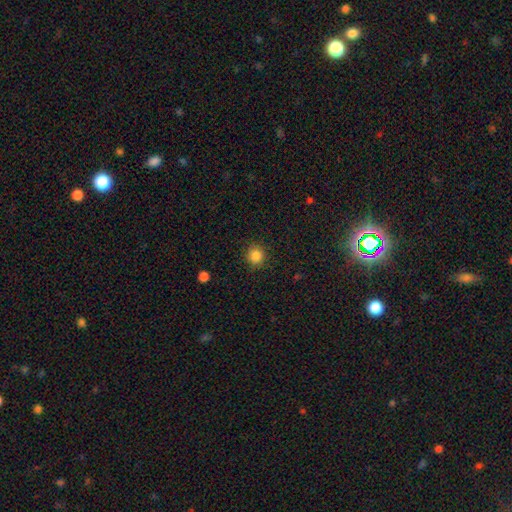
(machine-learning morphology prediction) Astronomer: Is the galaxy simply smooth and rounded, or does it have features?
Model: smooth — 86%.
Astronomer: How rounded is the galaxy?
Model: round — 92%.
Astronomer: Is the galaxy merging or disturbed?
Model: none — 89%.